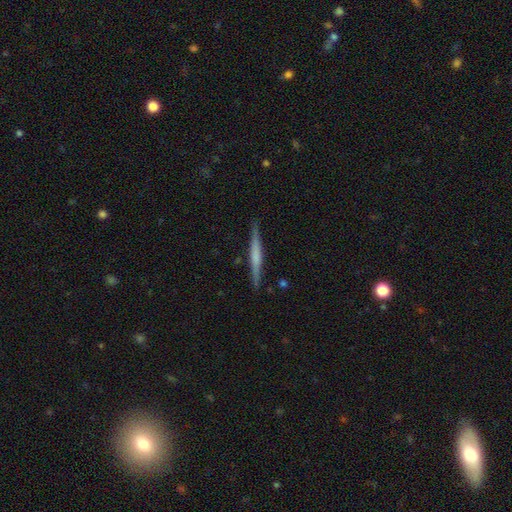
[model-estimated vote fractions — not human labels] Smooth or featured?
  - featured or disk: 58% *
  - smooth: 36%
  - star or artifact: 5%
Edge-on disk?
  - yes: 98% *
  - no: 2%
Edge-on bulge?
  - none: 48% *
  - rounded: 33%
  - boxy: 18%
Merging?
  - none: 90% *
  - minor disturbance: 7%
  - major disturbance: 1%
  - merger: 1%